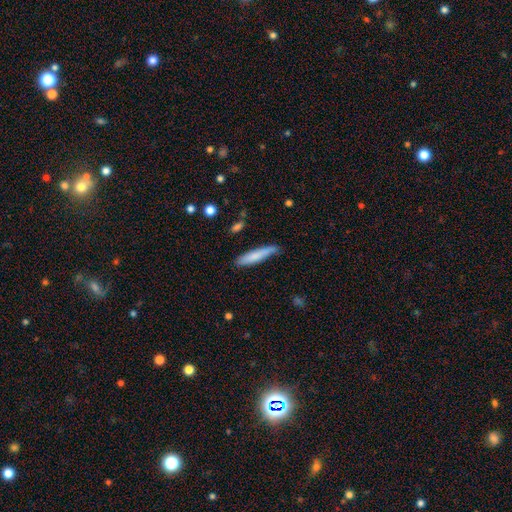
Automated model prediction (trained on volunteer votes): Q: Smooth or featured?
A: smooth (76%); runner-up: featured or disk (18%)
Q: How rounded?
A: cigar-shaped (88%); runner-up: in between (11%)
Q: Merging?
A: none (74%); runner-up: minor disturbance (20%)